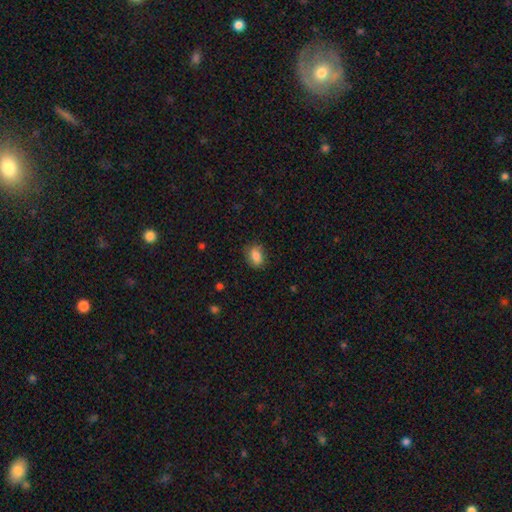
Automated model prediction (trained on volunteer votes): smooth-or-featured: smooth: 83% | featured or disk: 9% | star or artifact: 8%
  how-rounded: in between: 76% | round: 22% | cigar-shaped: 2%
  merging: none: 77% | minor disturbance: 18% | major disturbance: 4% | merger: 1%